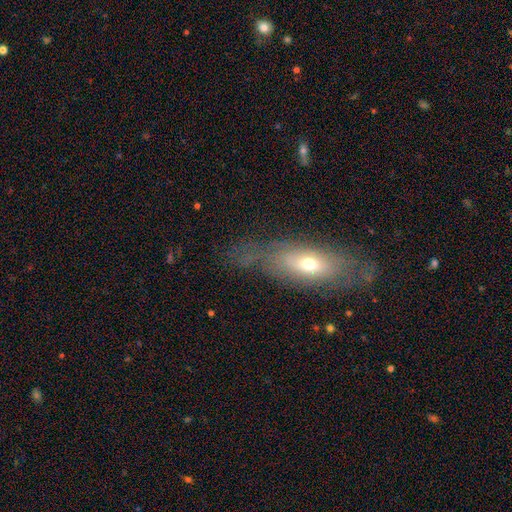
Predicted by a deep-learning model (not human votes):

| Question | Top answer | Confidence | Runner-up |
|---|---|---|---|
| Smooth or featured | featured or disk | 54% | smooth (34%) |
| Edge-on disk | no | 58% | yes (42%) |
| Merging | none | 70% | minor disturbance (21%) |